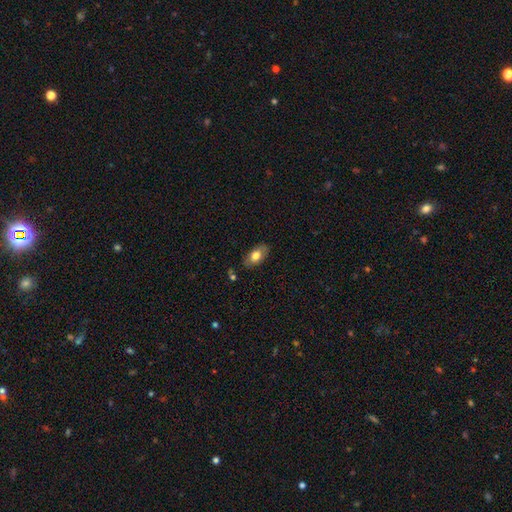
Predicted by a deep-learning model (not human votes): Smooth or featured: smooth — 73% (featured or disk — 20%)
How rounded: in between — 91% (round — 6%)
Merging: none — 81% (minor disturbance — 14%)